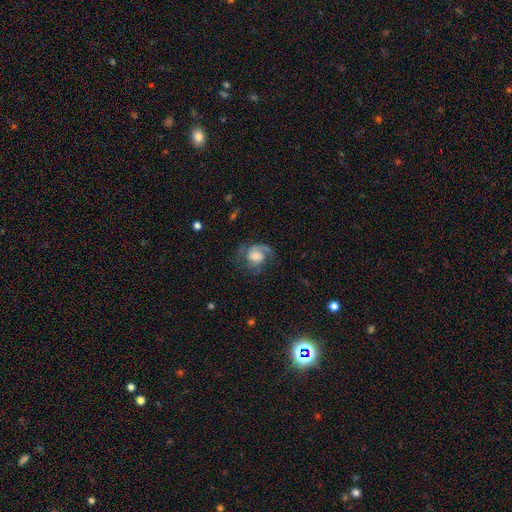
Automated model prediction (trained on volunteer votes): Smooth or featured?
  - featured or disk: 72% *
  - smooth: 20%
  - star or artifact: 8%
Edge-on disk?
  - no: 98% *
  - yes: 2%
Bar?
  - no: 61% *
  - weak: 33%
  - strong: 6%
Spiral arms?
  - yes: 92% *
  - no: 8%
Spiral winding?
  - medium: 44% *
  - tight: 35%
  - loose: 22%
Spiral arm count?
  - 1: 48% *
  - 2: 36%
  - can't tell: 9%
  - 3: 4%
  - 4: 1%
  - more than 4: 1%
Bulge size?
  - moderate: 32% *
  - large: 29%
  - small: 20%
  - none: 14%
  - dominant: 4%
Merging?
  - none: 56% *
  - major disturbance: 22%
  - minor disturbance: 20%
  - merger: 2%